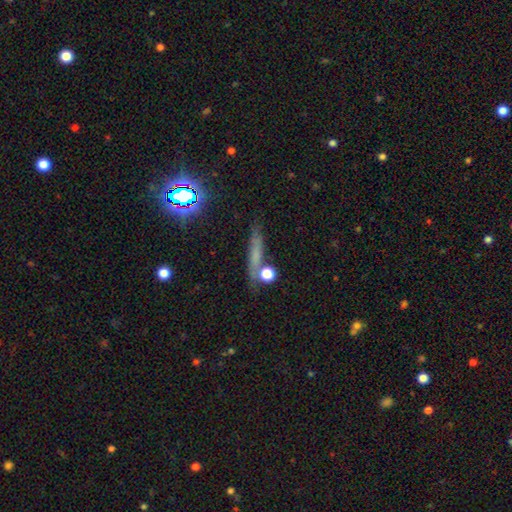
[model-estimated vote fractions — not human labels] Q: Smooth or featured?
A: smooth (53%); runner-up: featured or disk (25%)
Q: How rounded?
A: cigar-shaped (78%); runner-up: in between (11%)
Q: Merging?
A: none (72%); runner-up: minor disturbance (14%)